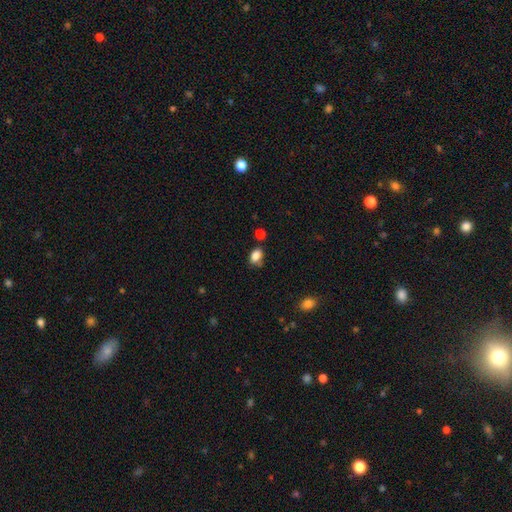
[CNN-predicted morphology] Smooth or featured: smooth — 85% (star or artifact — 10%)
How rounded: in between — 81% (round — 17%)
Merging: none — 63% (minor disturbance — 23%)